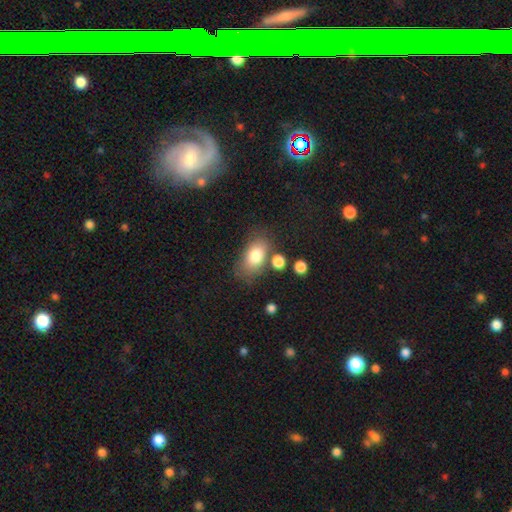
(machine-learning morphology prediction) Q: Smooth or featured?
A: smooth (80%); runner-up: featured or disk (12%)
Q: How rounded?
A: in between (88%); runner-up: round (10%)
Q: Merging?
A: none (66%); runner-up: minor disturbance (17%)